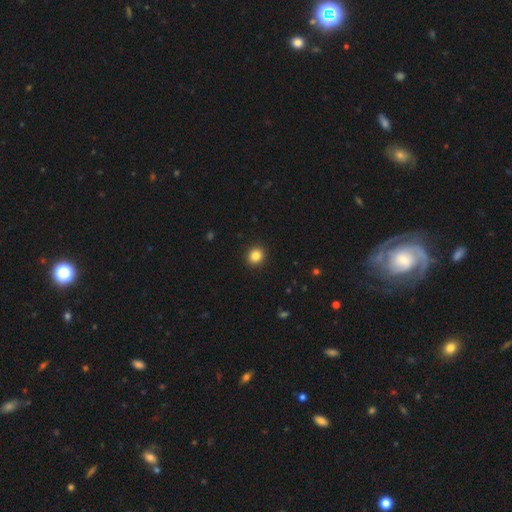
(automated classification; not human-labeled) smooth 85%, star or artifact 11%, featured or disk 5%. Down the decision tree: how rounded — round (80%); merging — none (92%).